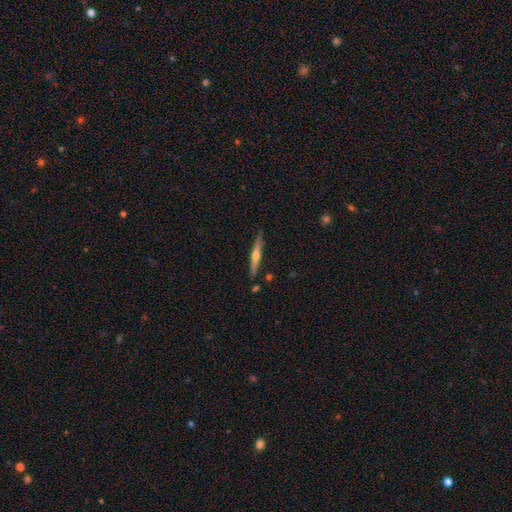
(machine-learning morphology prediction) Smooth or featured: featured or disk — 56% (smooth — 38%)
Edge-on disk: yes — 96% (no — 4%)
Edge-on bulge: rounded — 83% (none — 14%)
Merging: none — 86% (minor disturbance — 10%)